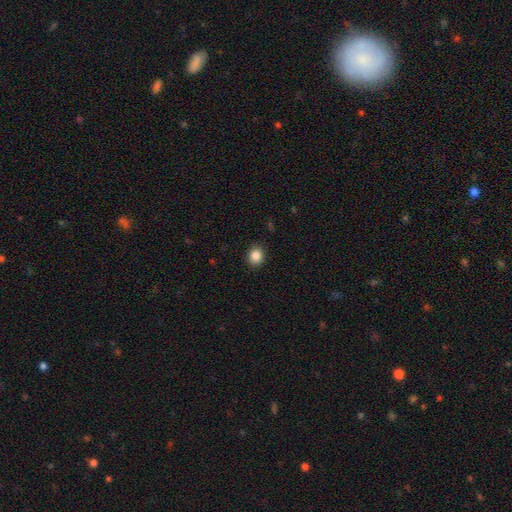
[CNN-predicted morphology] The model was most divided on "how rounded": round: 68%, in between: 32%, cigar-shaped: 1%. More confident: merging — none (90%); smooth or featured — smooth (86%).